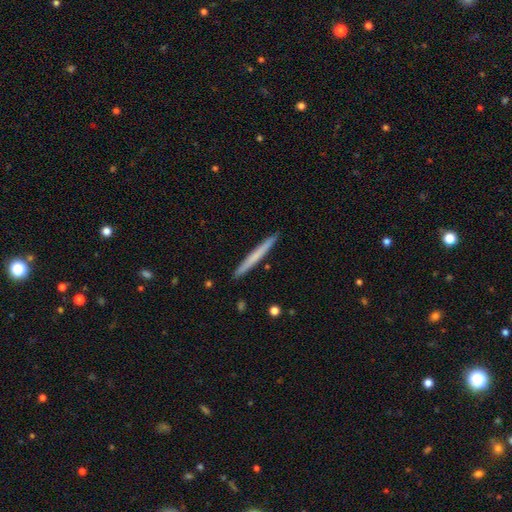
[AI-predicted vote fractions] Overall: smooth (61%; featured or disk 34%). How rounded: cigar-shaped (97%). Merging: none (93%).